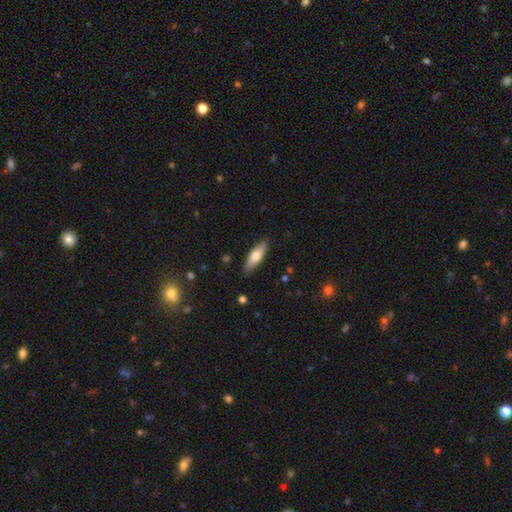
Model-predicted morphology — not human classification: A smooth galaxy with no disk features (64%) that is in between round and cigar-shaped (49%, tied with cigar-shaped).

Vote fractions:
- Smooth or featured? smooth: 64% / featured or disk: 30% / star or artifact: 6%
- How rounded? in between: 49% (tied) / cigar-shaped: 49% (tied) / round: 2%
- Merging? none: 87% / minor disturbance: 9% / major disturbance: 2% / merger: 1%